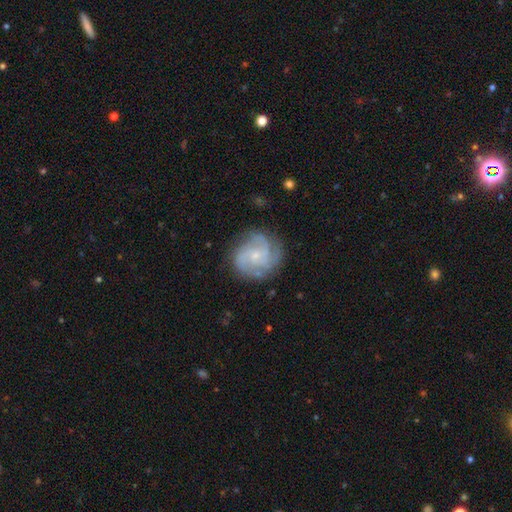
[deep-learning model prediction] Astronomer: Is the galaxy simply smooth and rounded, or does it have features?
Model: featured or disk — 84%.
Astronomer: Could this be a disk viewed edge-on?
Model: no — 98%.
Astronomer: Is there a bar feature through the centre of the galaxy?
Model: no — 69%.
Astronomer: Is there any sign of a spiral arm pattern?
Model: yes — 97%.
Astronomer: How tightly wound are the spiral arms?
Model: tight — 49% (runner-up: medium, 43%).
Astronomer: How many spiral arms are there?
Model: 3 — 46%.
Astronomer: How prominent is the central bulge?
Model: small — 72%.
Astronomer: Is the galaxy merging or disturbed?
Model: none — 78%.